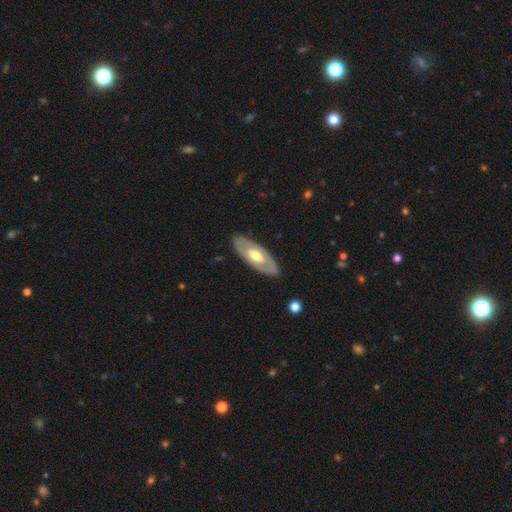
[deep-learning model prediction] This is possibly a featured or disk galaxy (57%). It is likely not viewed edge-on (79%). Merging: clearly none (86%).